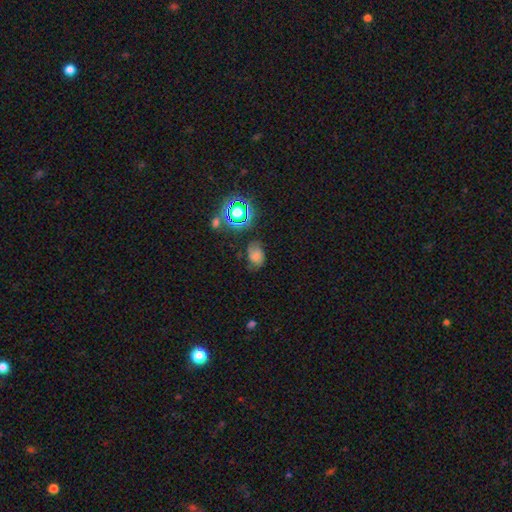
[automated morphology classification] Smooth or featured?
  - smooth: 58% *
  - star or artifact: 22%
  - featured or disk: 21%
How rounded?
  - in between: 69% *
  - round: 30%
  - cigar-shaped: 1%
Merging?
  - none: 52% *
  - minor disturbance: 30%
  - major disturbance: 14%
  - merger: 4%